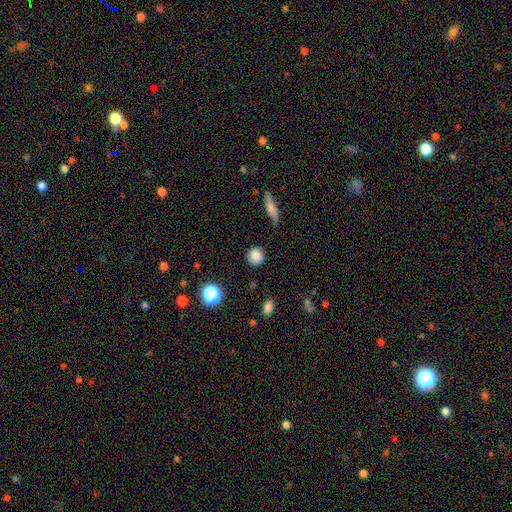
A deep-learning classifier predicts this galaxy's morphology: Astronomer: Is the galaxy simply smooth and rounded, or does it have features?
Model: smooth — 85%.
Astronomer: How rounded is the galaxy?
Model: round — 91%.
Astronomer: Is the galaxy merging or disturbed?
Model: none — 88%.